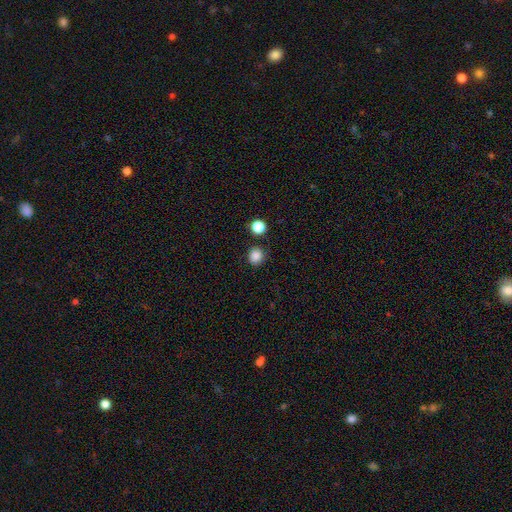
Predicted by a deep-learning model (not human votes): The model was most divided on "how rounded": round: 85%, in between: 14%, cigar-shaped: 1%. More confident: smooth or featured — smooth (85%); merging — none (83%).